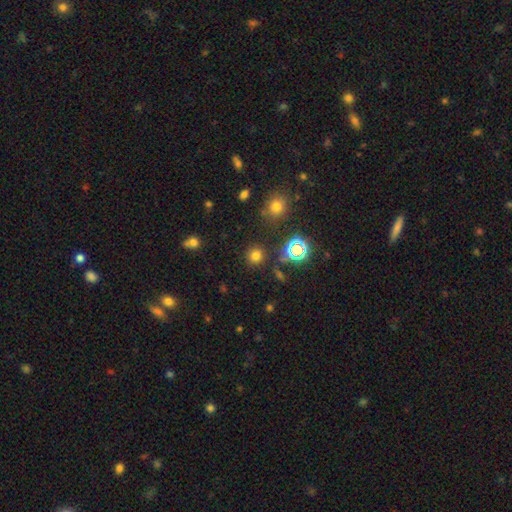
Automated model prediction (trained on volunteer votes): This is likely a smooth galaxy (70%). How rounded: clearly round (89%). Merging: clearly none (86%).